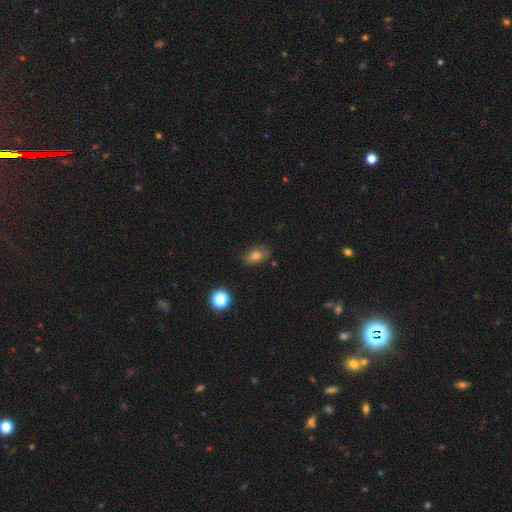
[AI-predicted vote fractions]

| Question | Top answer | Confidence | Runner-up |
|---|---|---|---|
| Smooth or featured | smooth | 76% | star or artifact (13%) |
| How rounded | in between | 84% | round (15%) |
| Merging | none | 76% | minor disturbance (18%) |